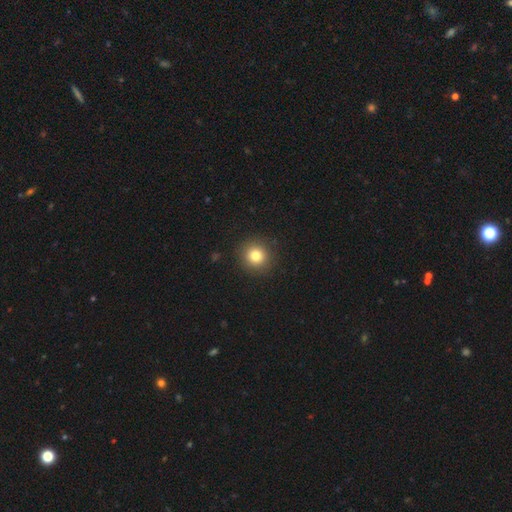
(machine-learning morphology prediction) Smooth or featured? Predicted: smooth (p=0.81). How rounded? Predicted: round (p=0.93). Merging? Predicted: none (p=0.91).